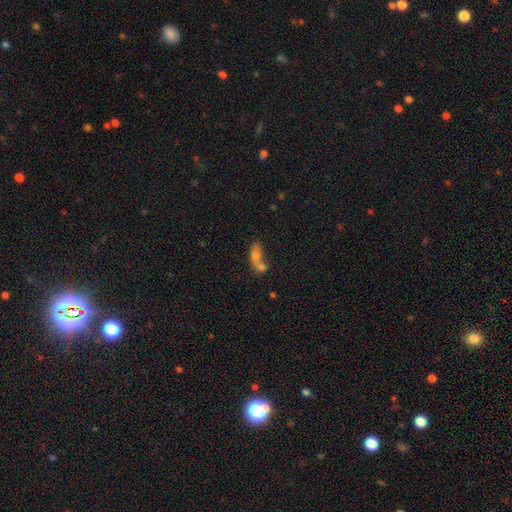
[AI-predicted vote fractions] A smooth galaxy with no disk features (67%) that is in between round and cigar-shaped (68%). Merging: merger (62%).